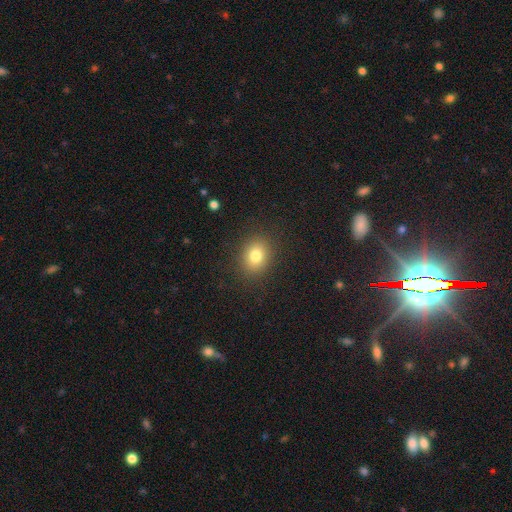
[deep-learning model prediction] The model was most divided on "how rounded": round: 55%, in between: 44%, cigar-shaped: 1%. More confident: merging — none (88%); smooth or featured — smooth (79%).